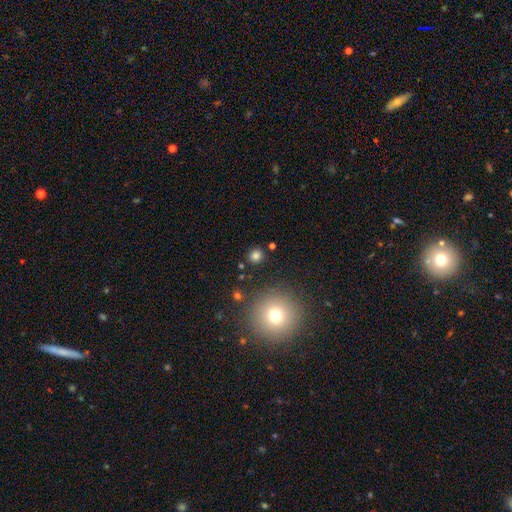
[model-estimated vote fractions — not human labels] smooth-or-featured: smooth: 78% | star or artifact: 16% | featured or disk: 6%
  how-rounded: round: 88% | in between: 11% | cigar-shaped: 1%
  merging: none: 87% | minor disturbance: 7% | merger: 3% | major disturbance: 3%